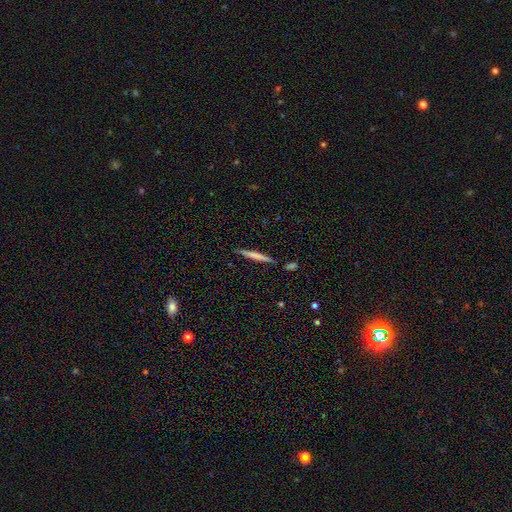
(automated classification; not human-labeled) smooth_or_featured: smooth (p=0.62) [alt: featured or disk p=0.32]
how_rounded: cigar-shaped (p=0.96) [alt: in between p=0.03]
merging: none (p=0.87) [alt: minor disturbance p=0.08]